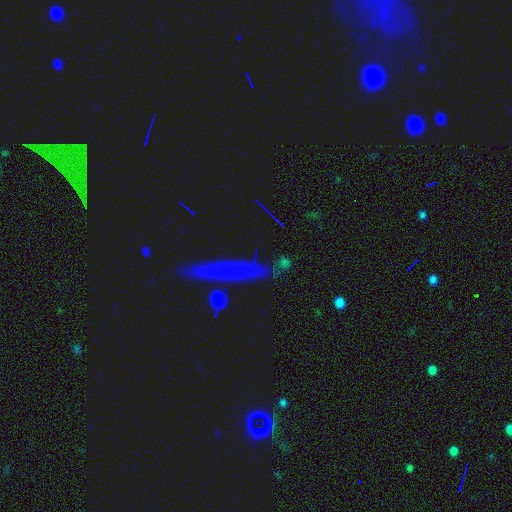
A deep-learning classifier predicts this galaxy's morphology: type=smooth (40%, tied with star or artifact); merging=none (80%).